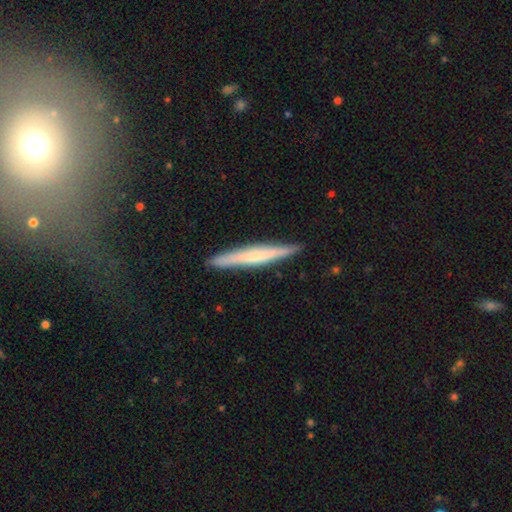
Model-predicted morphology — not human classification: smooth-or-featured: featured or disk: 50% | smooth: 44% | star or artifact: 6%
  disk-edge-on: yes: 95% | no: 5%
  merging: none: 90% | minor disturbance: 8% | major disturbance: 1% | merger: 1%